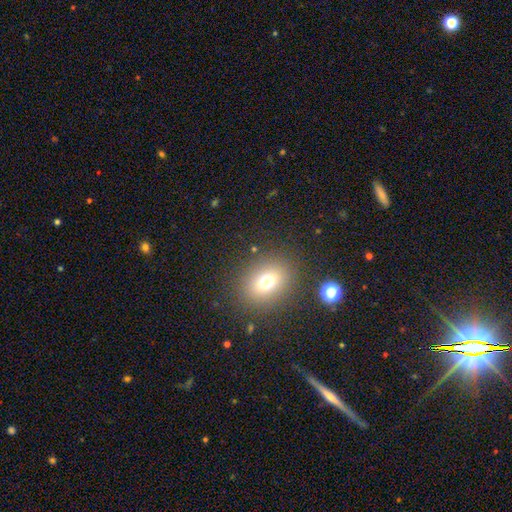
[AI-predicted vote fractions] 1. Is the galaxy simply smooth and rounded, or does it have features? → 63% smooth, 23% star or artifact, 13% featured or disk.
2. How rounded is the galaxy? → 54% in between, 44% round, 2% cigar-shaped.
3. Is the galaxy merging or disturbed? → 88% none, 7% minor disturbance, 3% major disturbance, 2% merger.